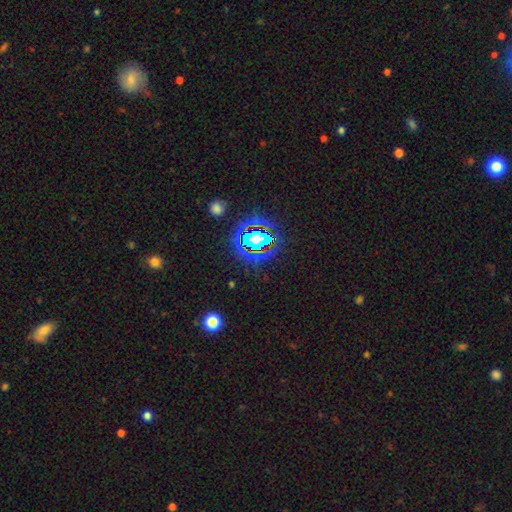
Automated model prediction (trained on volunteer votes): A star or artifact, not a galaxy (79%).